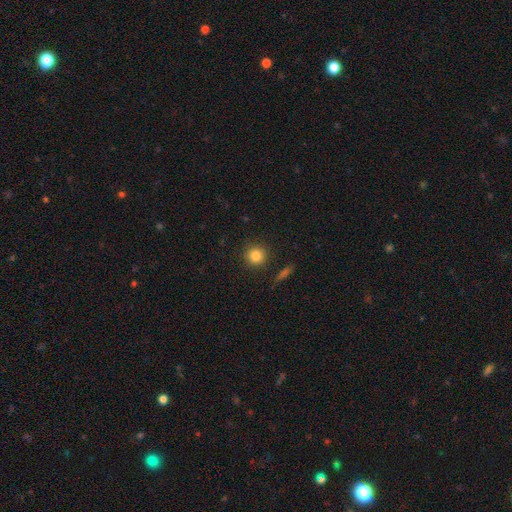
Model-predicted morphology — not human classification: Smooth or featured? smooth (84%)
How rounded? round (93%)
Merging? none (89%)